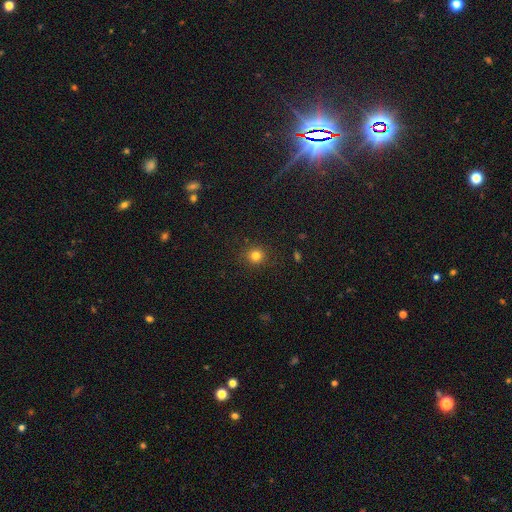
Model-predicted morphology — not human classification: Overall: smooth (81%). How rounded: round (92%). Merging: none (90%).